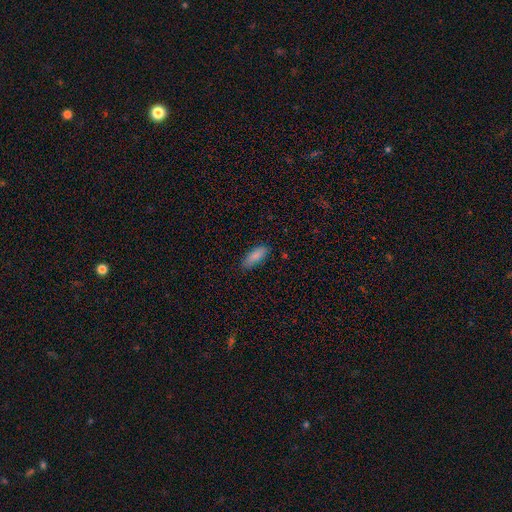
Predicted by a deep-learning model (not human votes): smooth_or_featured: smooth (p=0.87) [alt: star or artifact p=0.07]
how_rounded: in between (p=0.70) [alt: cigar-shaped p=0.28]
merging: none (p=0.83) [alt: minor disturbance p=0.14]